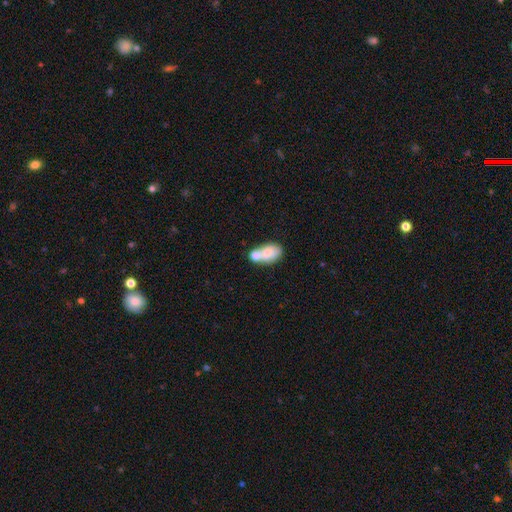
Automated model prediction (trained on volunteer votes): smooth_or_featured: smooth (p=0.71) [alt: featured or disk p=0.21]
how_rounded: in between (p=0.85) [alt: round p=0.13]
merging: merger (p=0.49) [alt: none p=0.32]